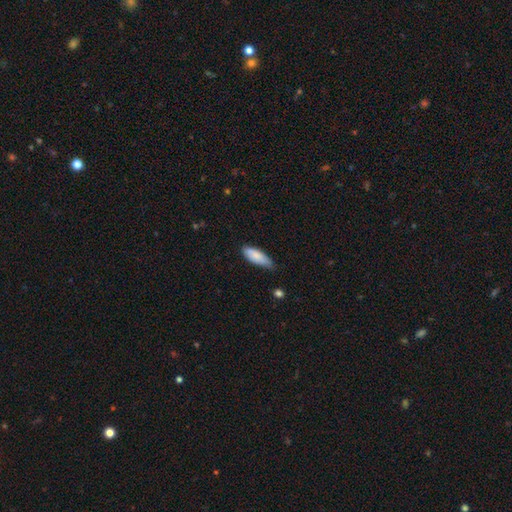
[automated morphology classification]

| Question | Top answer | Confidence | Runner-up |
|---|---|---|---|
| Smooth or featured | smooth | 82% | featured or disk (12%) |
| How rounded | in between | 67% | cigar-shaped (31%) |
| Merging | none | 57% | minor disturbance (36%) |